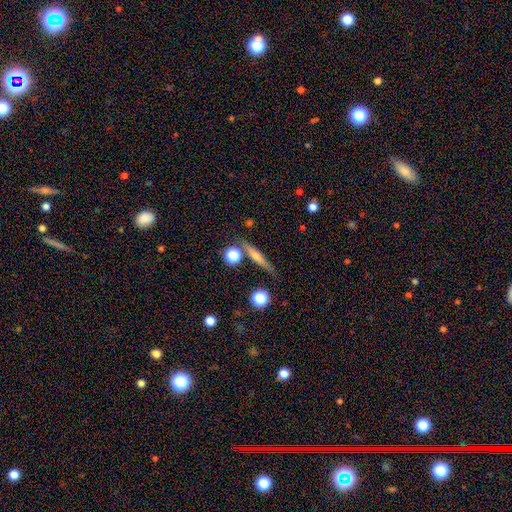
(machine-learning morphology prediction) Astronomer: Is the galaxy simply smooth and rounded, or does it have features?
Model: featured or disk — 51% (runner-up: smooth, 40%).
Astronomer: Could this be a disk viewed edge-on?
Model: yes — 95%.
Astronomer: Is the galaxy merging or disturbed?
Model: none — 82%.